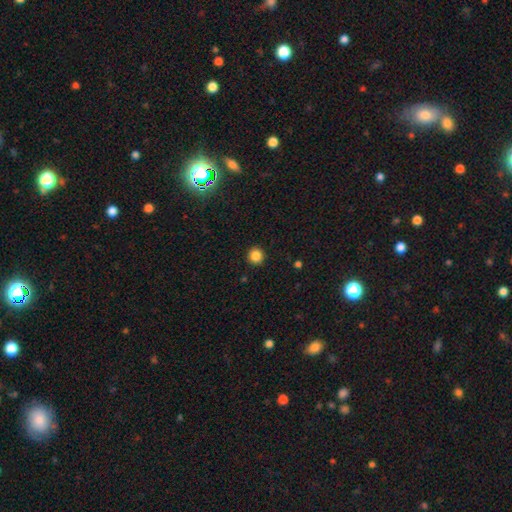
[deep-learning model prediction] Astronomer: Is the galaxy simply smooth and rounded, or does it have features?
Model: smooth — 86%.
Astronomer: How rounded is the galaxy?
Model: round — 92%.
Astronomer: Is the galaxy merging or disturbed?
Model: none — 93%.